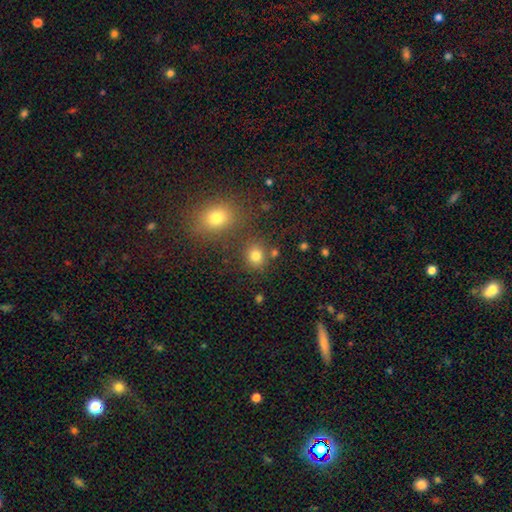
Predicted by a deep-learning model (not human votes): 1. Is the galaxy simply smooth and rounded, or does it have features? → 78% smooth, 16% star or artifact, 6% featured or disk.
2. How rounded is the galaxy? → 80% round, 19% in between, 1% cigar-shaped.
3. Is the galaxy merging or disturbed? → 78% none, 10% merger, 9% minor disturbance, 4% major disturbance.